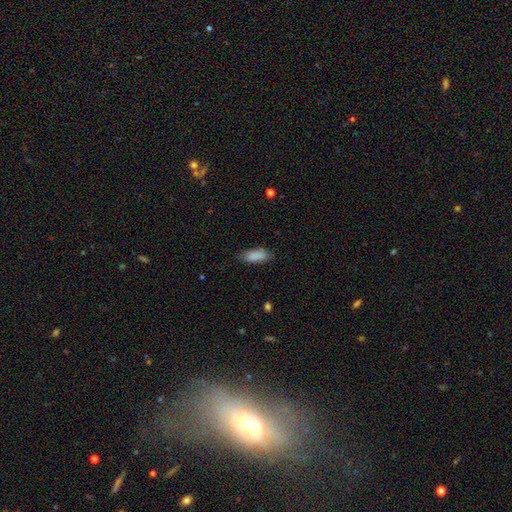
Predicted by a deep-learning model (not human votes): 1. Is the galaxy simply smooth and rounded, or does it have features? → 88% smooth, 7% star or artifact, 5% featured or disk.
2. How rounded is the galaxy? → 77% in between, 21% cigar-shaped, 2% round.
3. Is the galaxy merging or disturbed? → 79% none, 17% minor disturbance, 3% major disturbance, 1% merger.